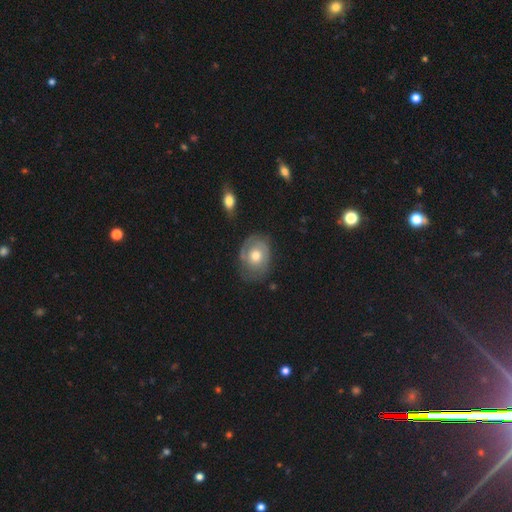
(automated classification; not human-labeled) Smooth or featured? Predicted: featured or disk (p=0.59). Edge-on disk? Predicted: no (p=0.96). Bar? Predicted: no (p=0.84). Spiral arms? Predicted: yes (p=0.69). Bulge size? Predicted: moderate (p=0.73). Merging? Predicted: none (p=0.65).